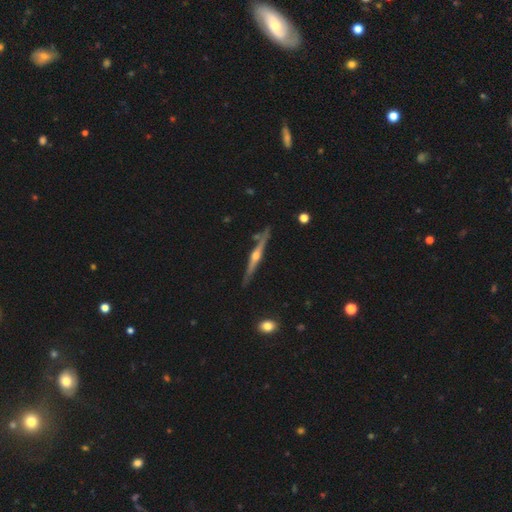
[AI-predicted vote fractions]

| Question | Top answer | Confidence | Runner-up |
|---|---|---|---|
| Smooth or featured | featured or disk | 79% | smooth (15%) |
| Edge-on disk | yes | 98% | no (2%) |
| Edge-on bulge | rounded | 92% | none (5%) |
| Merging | none | 83% | minor disturbance (11%) |